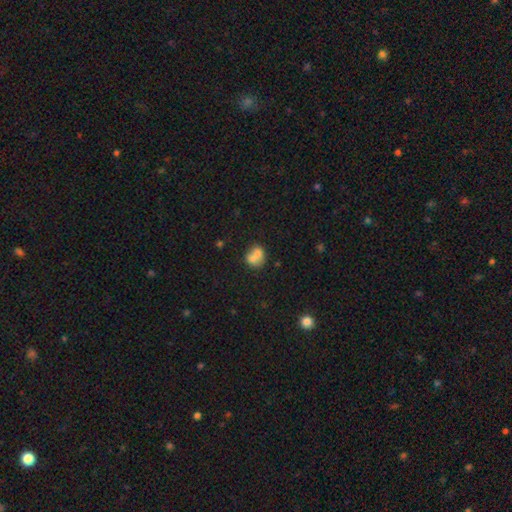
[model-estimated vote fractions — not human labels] Smooth or featured? smooth (67%)
How rounded? round (65%)
Merging? merger (64%)